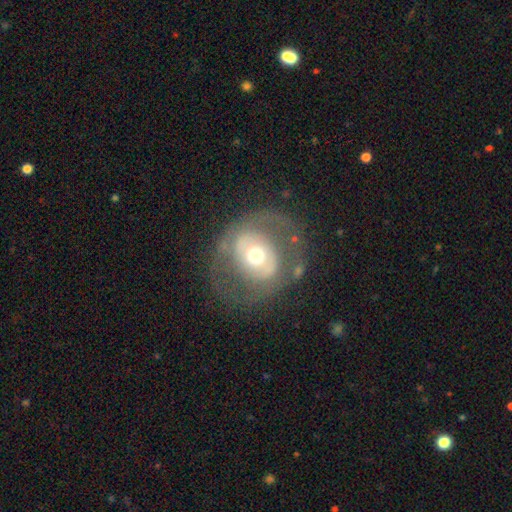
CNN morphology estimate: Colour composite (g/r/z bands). It shows a featured or disk galaxy (62%) with no bar (64%), no spiral arms (63%) and a moderate central bulge (69%). Merging: none (66%).